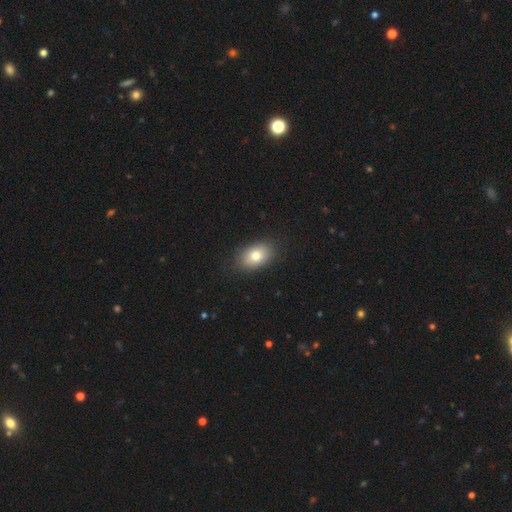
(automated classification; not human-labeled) smooth-or-featured: smooth: 78% | featured or disk: 13% | star or artifact: 9%
  how-rounded: in between: 86% | round: 13% | cigar-shaped: 1%
  merging: none: 86% | minor disturbance: 10% | major disturbance: 3% | merger: 1%